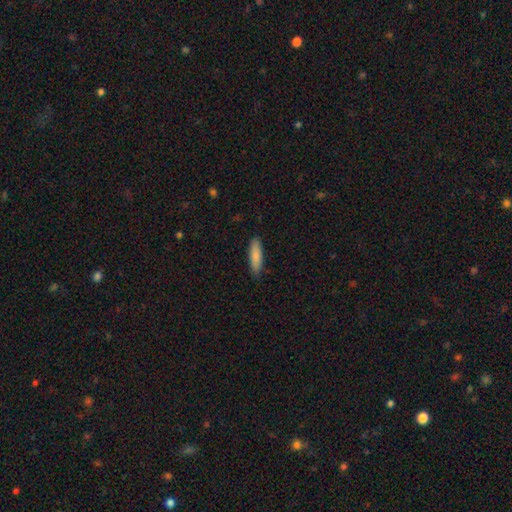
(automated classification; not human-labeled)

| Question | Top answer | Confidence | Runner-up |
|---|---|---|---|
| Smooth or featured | smooth | 86% | featured or disk (9%) |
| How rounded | cigar-shaped | 63% | in between (36%) |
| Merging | none | 86% | minor disturbance (11%) |